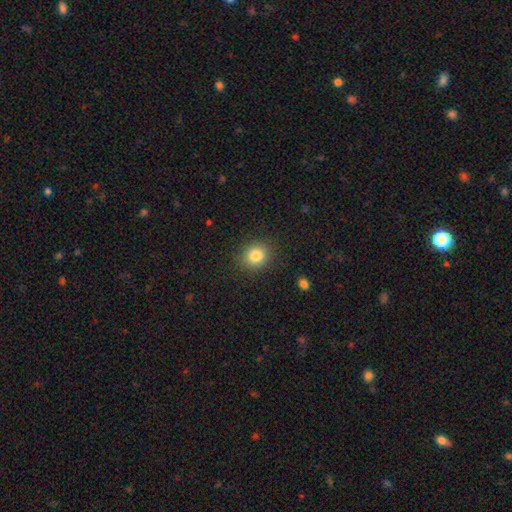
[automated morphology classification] Smooth or featured? Predicted: smooth (p=0.82). How rounded? Predicted: round (p=0.80). Merging? Predicted: none (p=0.89).